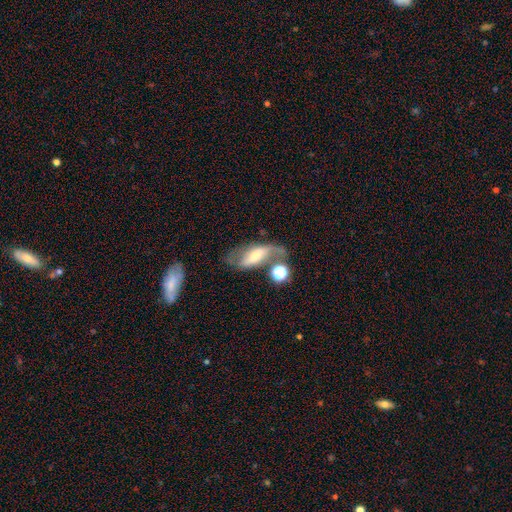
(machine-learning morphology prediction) The model was most divided on "bulge size": small: 43%, moderate: 42%, large: 8%, none: 4%, dominant: 2%. Remaining: edge-on disk — no (88%); spiral arms — yes (84%); smooth or featured — featured or disk (67%); merging — none (50%); bar — strong (35%).